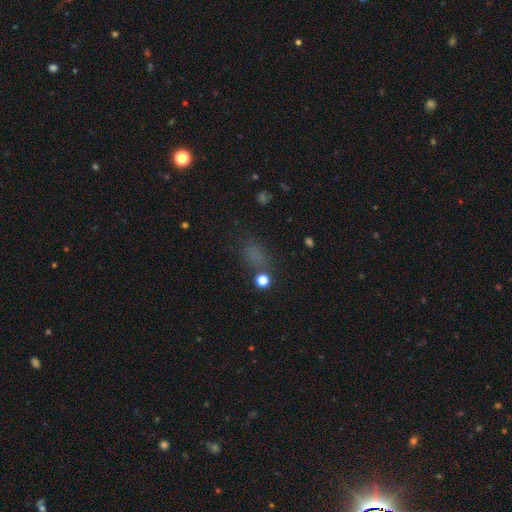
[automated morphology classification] The model was most divided on "smooth or featured": smooth: 63%, star or artifact: 29%, featured or disk: 8%. More confident: merging — none (70%); how rounded — in between (68%).